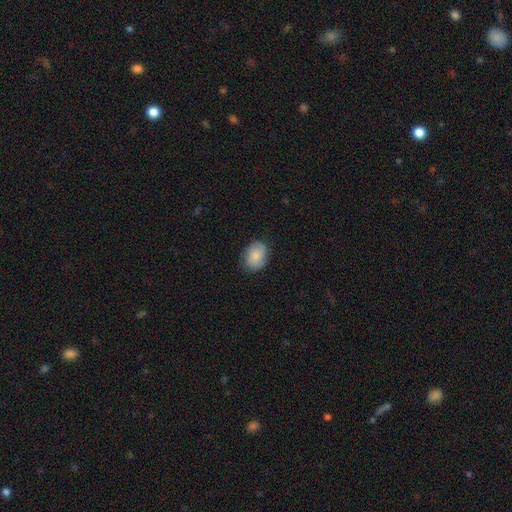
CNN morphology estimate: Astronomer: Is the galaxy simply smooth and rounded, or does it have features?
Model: smooth — 83%.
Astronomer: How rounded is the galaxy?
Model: in between — 61% (runner-up: round, 38%).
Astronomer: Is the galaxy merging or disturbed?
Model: none — 80%.